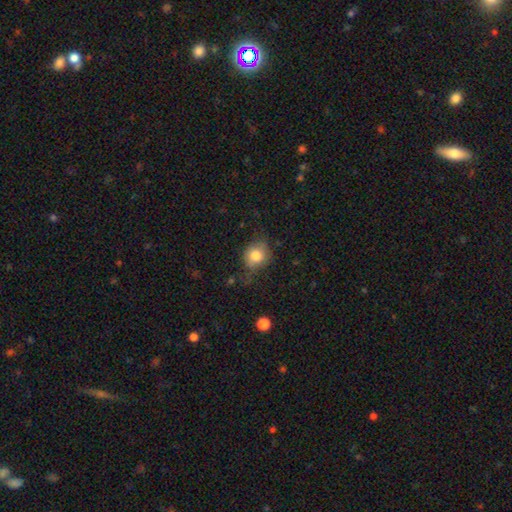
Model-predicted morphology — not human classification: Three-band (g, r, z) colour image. It shows a smooth galaxy with no disk features (79%) that is round (67%). Merging: none (62%).